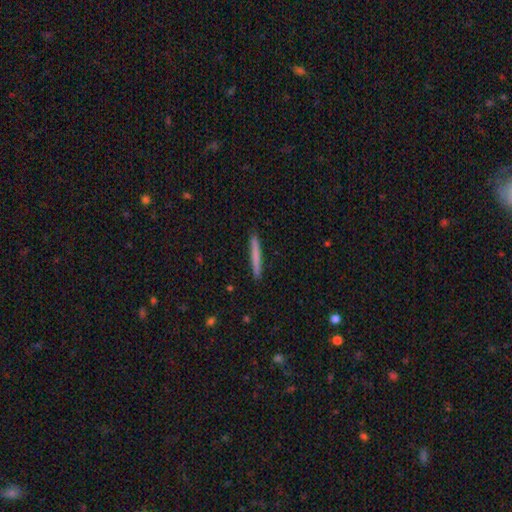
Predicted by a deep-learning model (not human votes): The model was most divided on "smooth or featured": smooth: 72%, featured or disk: 22%, star or artifact: 6%. More confident: how rounded — cigar-shaped (97%); merging — none (92%).